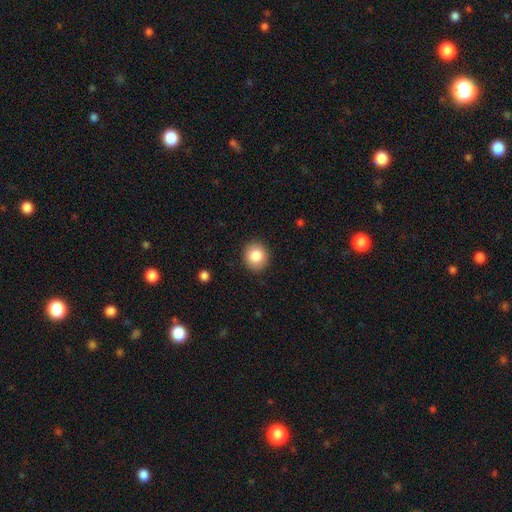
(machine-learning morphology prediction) smooth-or-featured: smooth: 84% | star or artifact: 9% | featured or disk: 7%
  how-rounded: round: 84% | in between: 15% | cigar-shaped: 1%
  merging: none: 90% | minor disturbance: 7% | major disturbance: 2% | merger: 1%